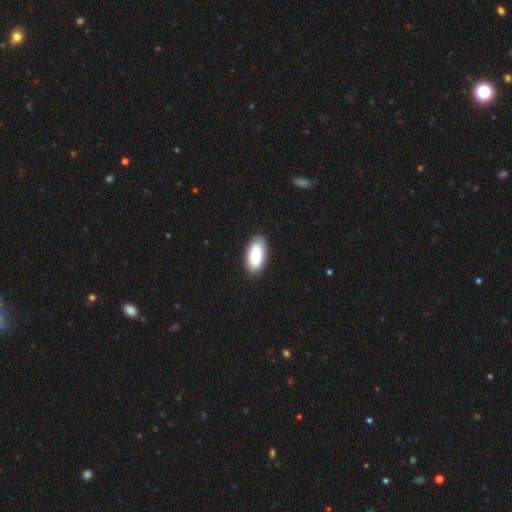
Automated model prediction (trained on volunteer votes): Overall: smooth (85%). How rounded: in between (93%). Merging: none (87%).